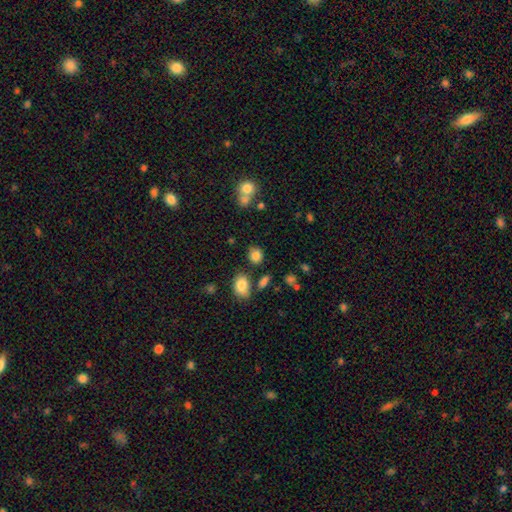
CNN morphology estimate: smooth 83%, star or artifact 11%, featured or disk 6%. Down the decision tree: how rounded — round (69%); merging — none (76%).